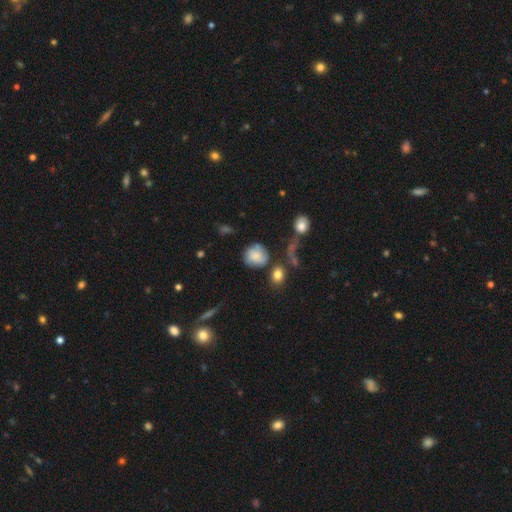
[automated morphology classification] Smooth or featured?
  - smooth: 67% *
  - featured or disk: 24%
  - star or artifact: 9%
How rounded?
  - round: 75% *
  - in between: 23%
  - cigar-shaped: 1%
Merging?
  - none: 56% *
  - minor disturbance: 23%
  - major disturbance: 11%
  - merger: 9%